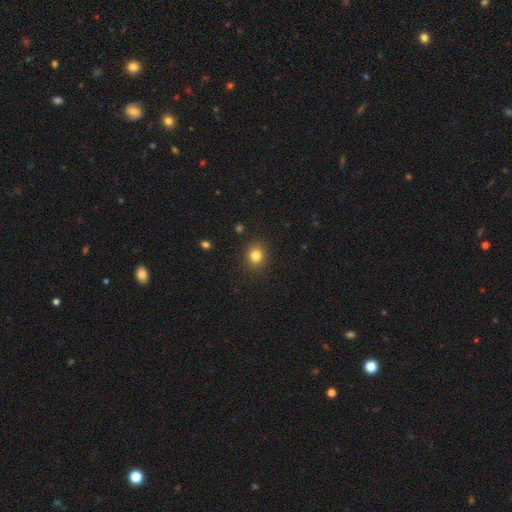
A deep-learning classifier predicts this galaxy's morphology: Smooth or featured: smooth — 82% (star or artifact — 12%)
How rounded: round — 74% (in between — 25%)
Merging: none — 89% (minor disturbance — 7%)